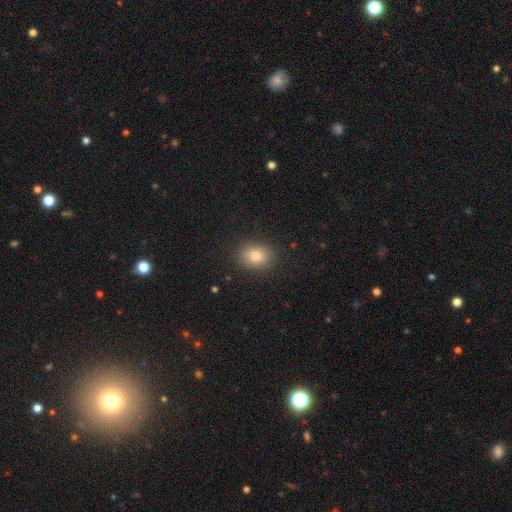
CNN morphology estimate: Smooth or featured?
  - smooth: 80% *
  - star or artifact: 11%
  - featured or disk: 8%
How rounded?
  - in between: 53% *
  - round: 46%
  - cigar-shaped: 1%
Merging?
  - none: 89% *
  - minor disturbance: 8%
  - major disturbance: 2%
  - merger: 1%